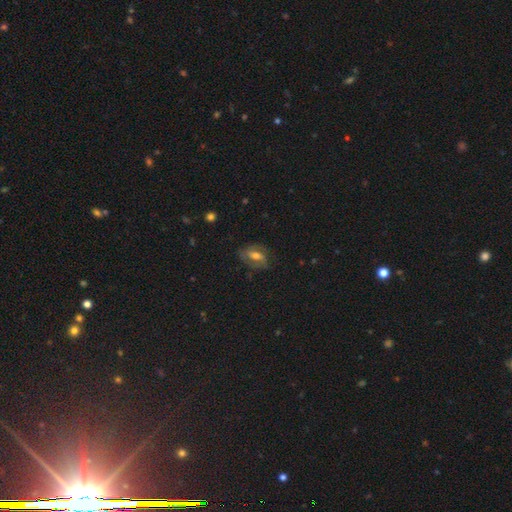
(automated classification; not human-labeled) Morphology: type=featured or disk (52%); edge-on=no (90%); merging=none (69%).